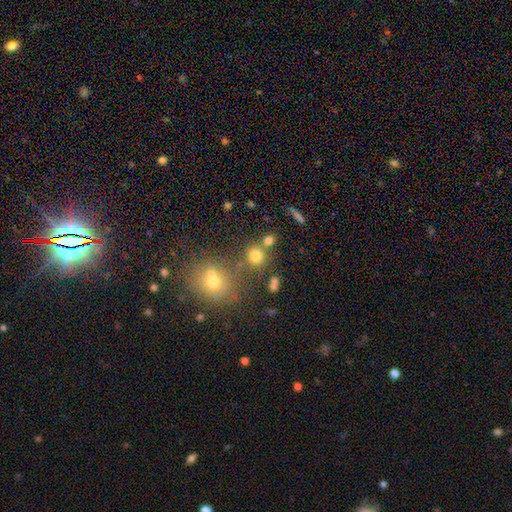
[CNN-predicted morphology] Overall: smooth (73%). How rounded: round (87%). Merging: none (65%).